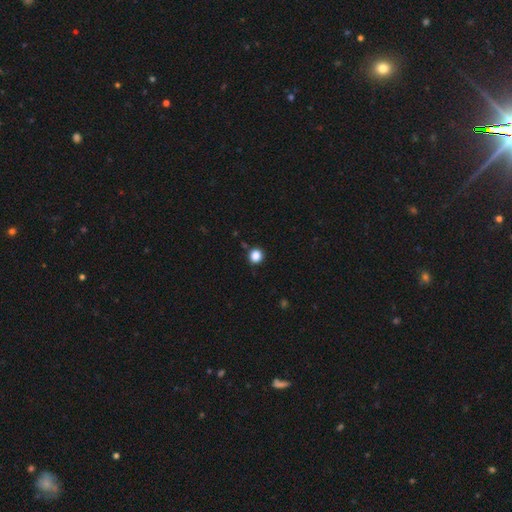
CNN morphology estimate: A smooth galaxy with no disk features (86%) that is round (92%). Merging: none (90%).